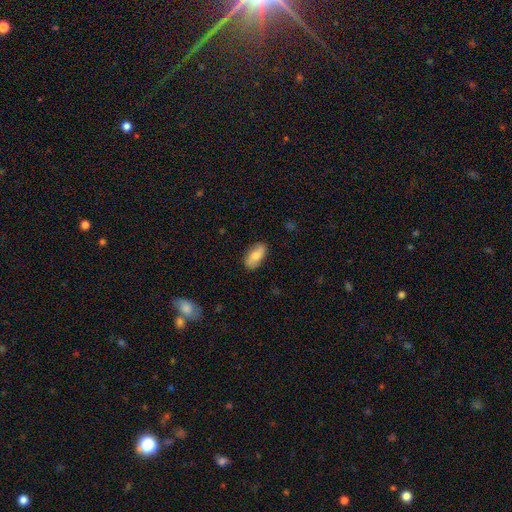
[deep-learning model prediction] smooth 72%, featured or disk 22%, star or artifact 6%. Down the decision tree: how rounded — in between (91%); merging — none (84%).